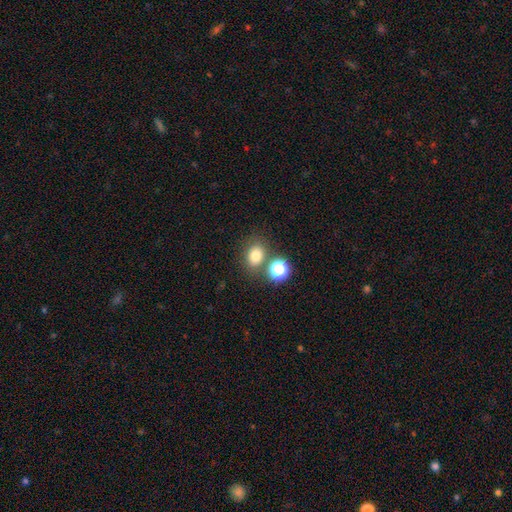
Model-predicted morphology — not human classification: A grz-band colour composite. It shows a smooth galaxy with no disk features (76%) that is round (53%). Merging: none (70%).